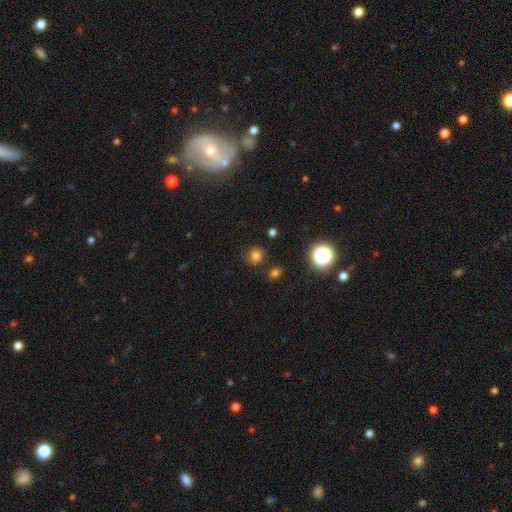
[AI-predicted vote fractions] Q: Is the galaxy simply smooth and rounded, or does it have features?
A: smooth — 75%.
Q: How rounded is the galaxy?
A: round — 90%.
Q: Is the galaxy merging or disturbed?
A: none — 84%.